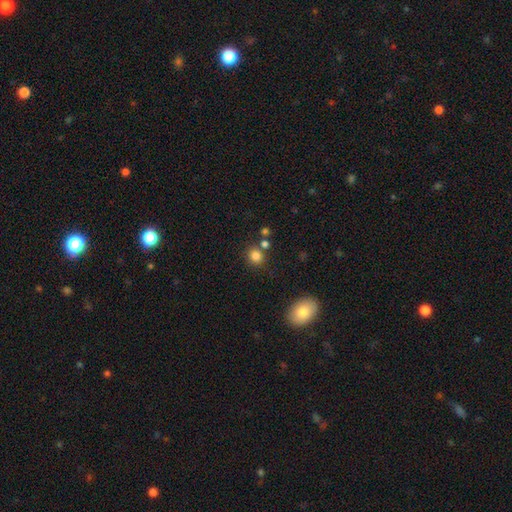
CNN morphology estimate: Smooth or featured?
  - smooth: 81% *
  - star or artifact: 13%
  - featured or disk: 6%
How rounded?
  - round: 86% *
  - in between: 13%
  - cigar-shaped: 1%
Merging?
  - none: 76% *
  - merger: 12%
  - minor disturbance: 9%
  - major disturbance: 3%